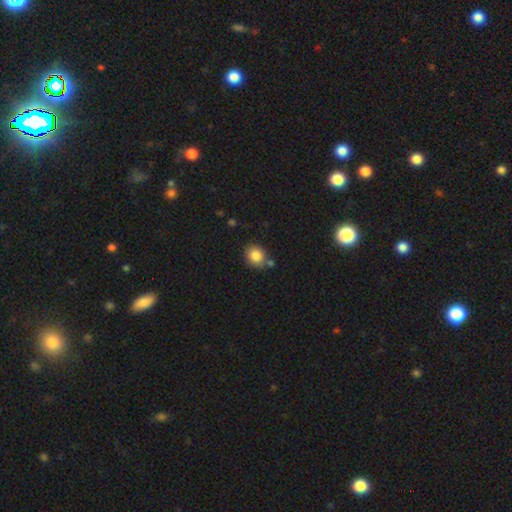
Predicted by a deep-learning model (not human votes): smooth-or-featured: smooth: 84% | star or artifact: 9% | featured or disk: 7%
  how-rounded: round: 65% | in between: 34% | cigar-shaped: 1%
  merging: none: 73% | minor disturbance: 13% | merger: 11% | major disturbance: 3%